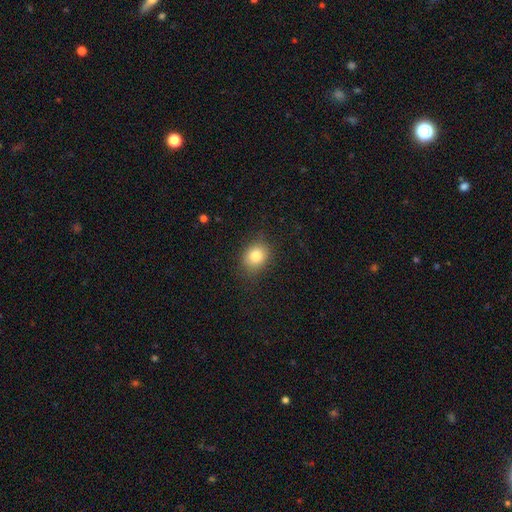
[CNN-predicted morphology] The model was most divided on "how rounded": round: 50%, in between: 49%, cigar-shaped: 1%. More confident: smooth or featured — smooth (82%); merging — none (80%).